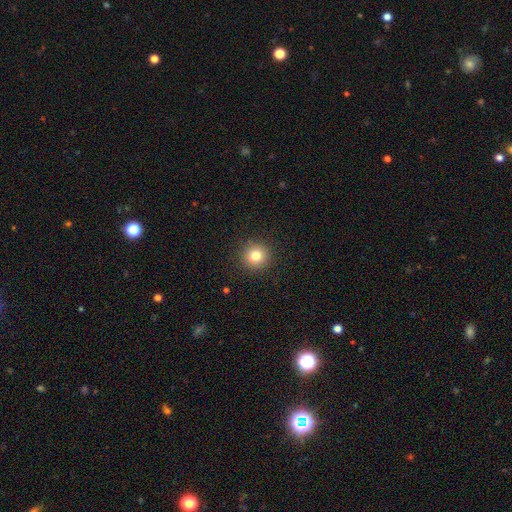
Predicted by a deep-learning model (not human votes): smooth-or-featured: smooth: 80% | star or artifact: 12% | featured or disk: 8%
  how-rounded: round: 94% | in between: 5% | cigar-shaped: 1%
  merging: none: 91% | minor disturbance: 6% | major disturbance: 2% | merger: 1%